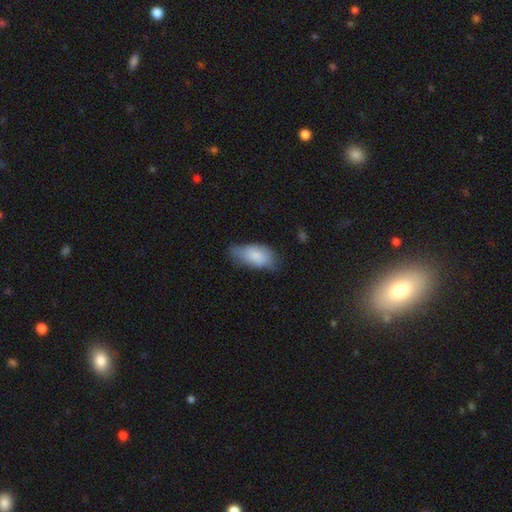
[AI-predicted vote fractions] Overall: smooth (81%). How rounded: in between (92%). Merging: none (50%; minor disturbance 38%).